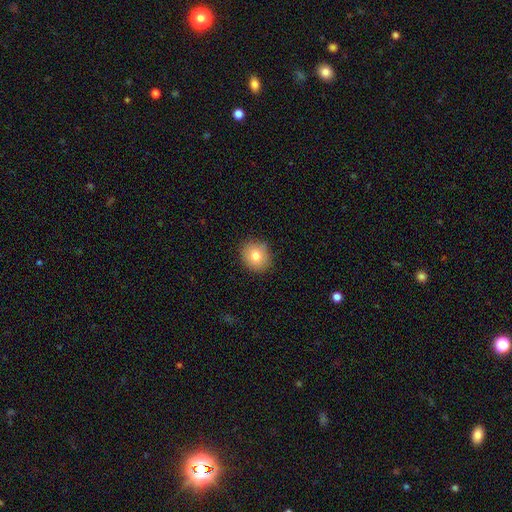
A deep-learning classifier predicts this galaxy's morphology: A smooth galaxy with no disk features (79%) that is round (76%).

Vote fractions:
- Smooth or featured? smooth: 79% / featured or disk: 11% / star or artifact: 10%
- How rounded? round: 76% / in between: 23% / cigar-shaped: 1%
- Merging? none: 86% / minor disturbance: 10% / major disturbance: 2% / merger: 1%